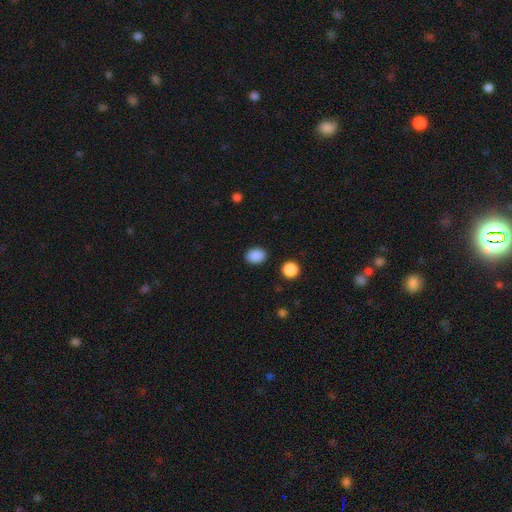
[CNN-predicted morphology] Smooth or featured?
  - smooth: 88% *
  - star or artifact: 9%
  - featured or disk: 3%
How rounded?
  - in between: 60% *
  - round: 39%
  - cigar-shaped: 1%
Merging?
  - none: 88% *
  - minor disturbance: 8%
  - major disturbance: 2%
  - merger: 2%